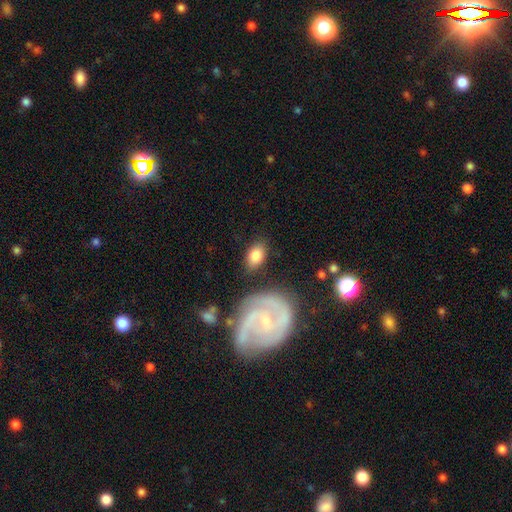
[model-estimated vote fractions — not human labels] Smooth or featured? Predicted: smooth (p=0.78). How rounded? Predicted: in between (p=0.89). Merging? Predicted: none (p=0.77).